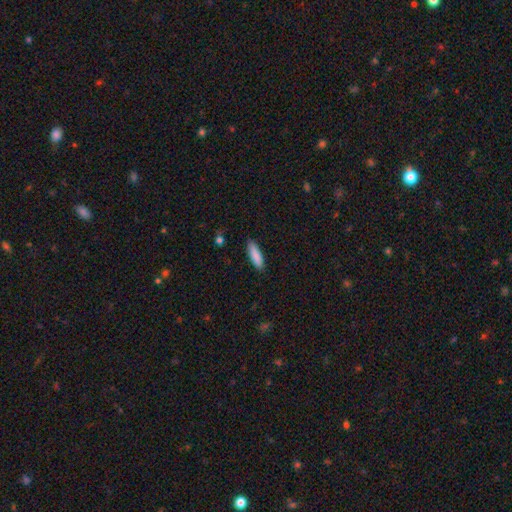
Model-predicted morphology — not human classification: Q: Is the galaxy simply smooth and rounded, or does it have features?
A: smooth — 88%.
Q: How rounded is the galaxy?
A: cigar-shaped — 62%.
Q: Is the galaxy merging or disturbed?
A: none — 88%.